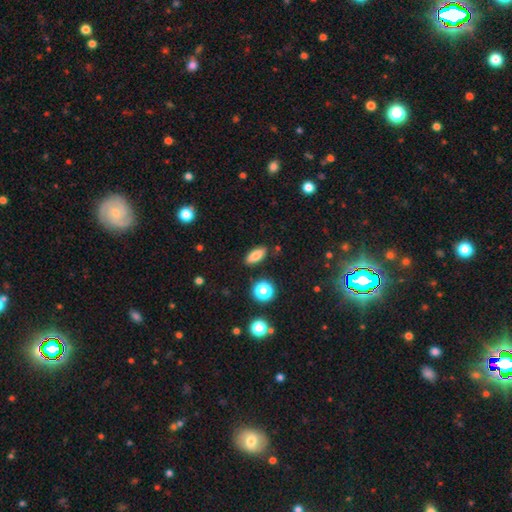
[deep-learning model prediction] This appears to be a smooth galaxy with no disk features (79%) that is in between round and cigar-shaped (80%). Merging: none (86%).